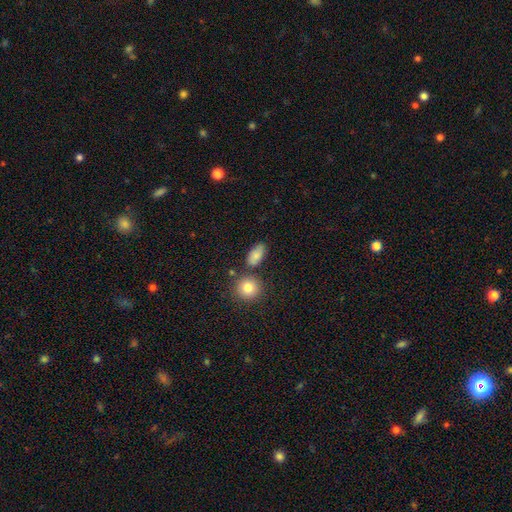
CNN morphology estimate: Overall: smooth (83%). How rounded: in between (83%). Merging: none (70%).